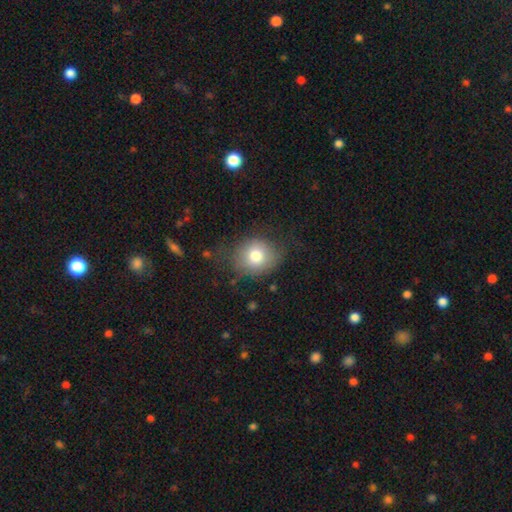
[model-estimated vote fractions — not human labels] The model was most divided on "merging": none: 67%, minor disturbance: 21%, major disturbance: 10%, merger: 1%. More confident: smooth or featured — smooth (76%); how rounded — round (75%).